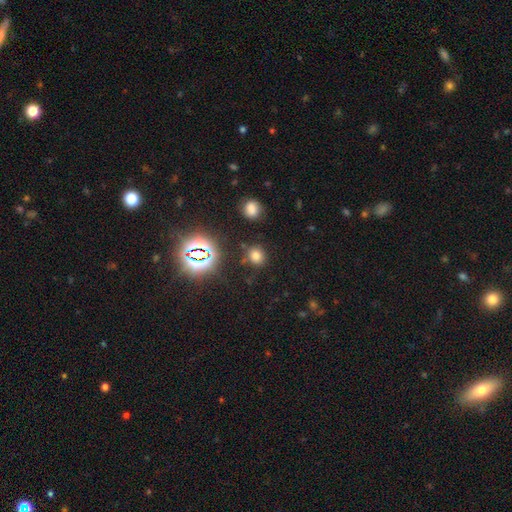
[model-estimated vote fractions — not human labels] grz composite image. It shows a smooth galaxy with no disk features (69%) that is round (74%). Merging: none (81%).